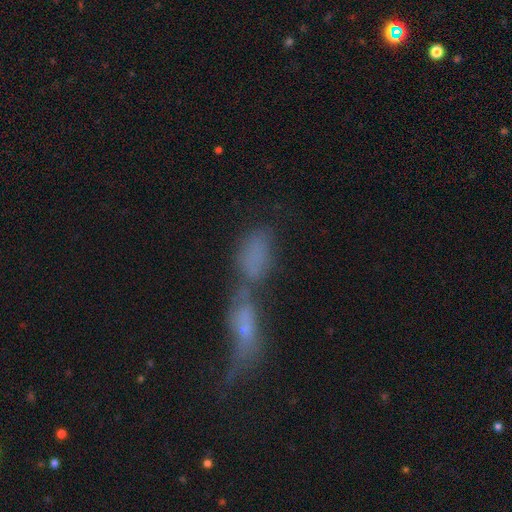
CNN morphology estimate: Smooth or featured? smooth (62%)
How rounded? in between (73%)
Merging? merger (69%)